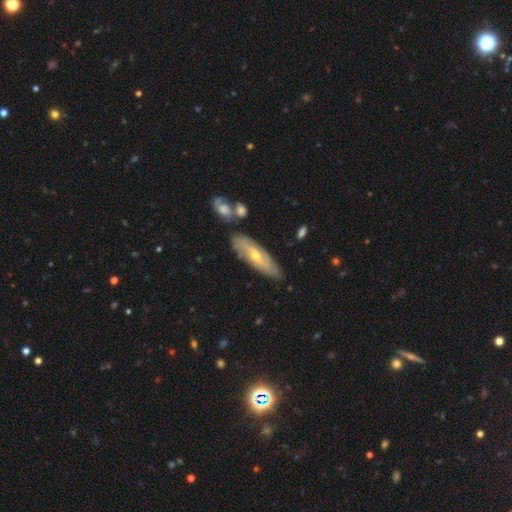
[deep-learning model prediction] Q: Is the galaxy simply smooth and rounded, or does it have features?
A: featured or disk — 60%.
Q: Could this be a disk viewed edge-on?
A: no — 64%.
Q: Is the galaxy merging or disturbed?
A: none — 75%.